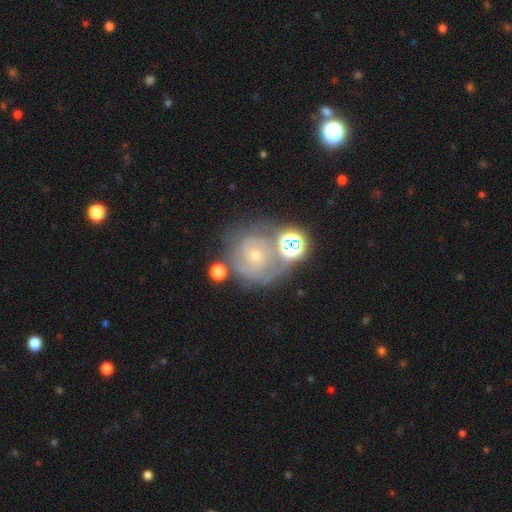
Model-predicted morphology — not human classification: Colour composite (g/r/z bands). It shows a featured or disk galaxy (70%) with no bar (74%), tight (67%) spiral arms (81%) and a small central bulge (63%). Merging: none (55%).